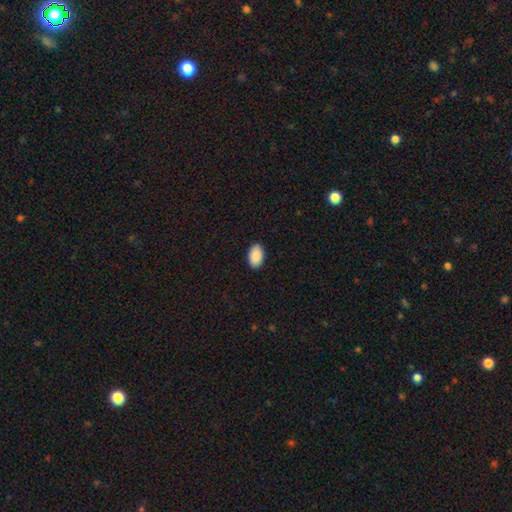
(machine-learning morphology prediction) A smooth galaxy with no disk features (91%) that is in between round and cigar-shaped (93%). Merging: none (90%).